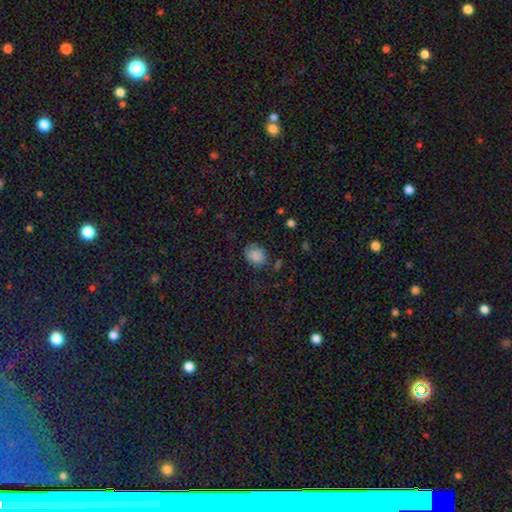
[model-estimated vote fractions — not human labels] Smooth or featured? smooth (81%)
How rounded? in between (68%)
Merging? none (69%)